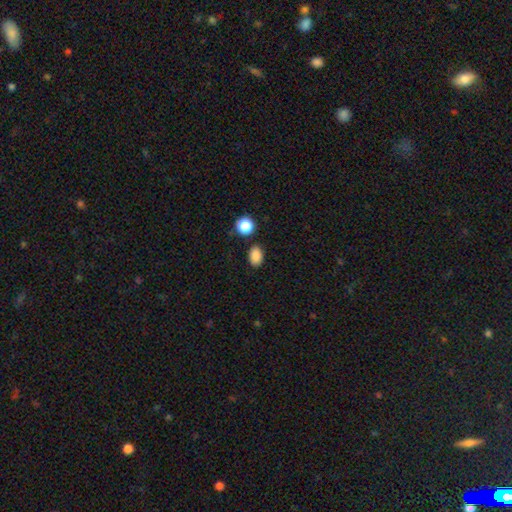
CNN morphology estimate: Q: Smooth or featured?
A: smooth (86%); runner-up: star or artifact (10%)
Q: How rounded?
A: in between (82%); runner-up: round (17%)
Q: Merging?
A: none (85%); runner-up: minor disturbance (9%)